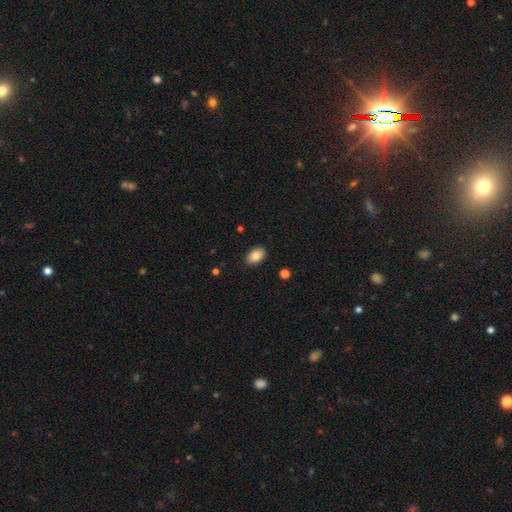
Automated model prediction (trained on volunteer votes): smooth-or-featured: smooth: 83% | featured or disk: 9% | star or artifact: 7%
  how-rounded: in between: 90% | round: 9% | cigar-shaped: 1%
  merging: none: 88% | minor disturbance: 9% | major disturbance: 2% | merger: 1%